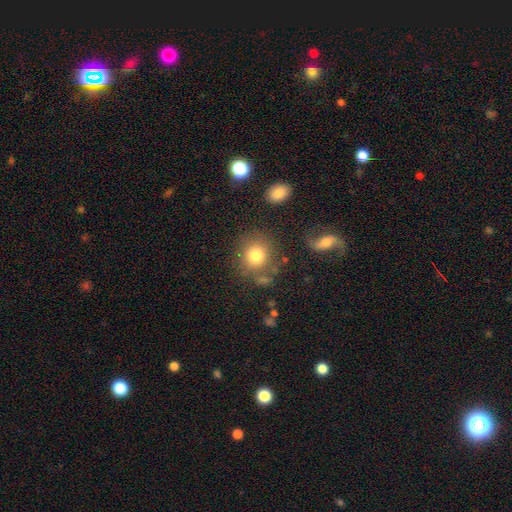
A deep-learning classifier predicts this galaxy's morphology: Smooth or featured? Predicted: smooth (p=0.80). How rounded? Predicted: round (p=0.82). Merging? Predicted: none (p=0.75).